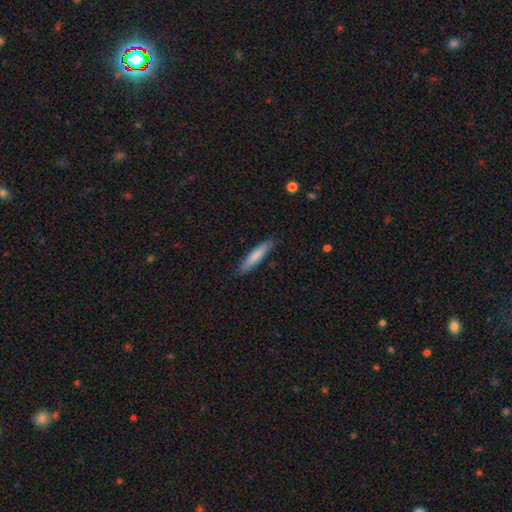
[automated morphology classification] smooth_or_featured: smooth (p=0.76) [alt: featured or disk p=0.18]
how_rounded: cigar-shaped (p=0.89) [alt: in between p=0.10]
merging: none (p=0.86) [alt: minor disturbance p=0.10]